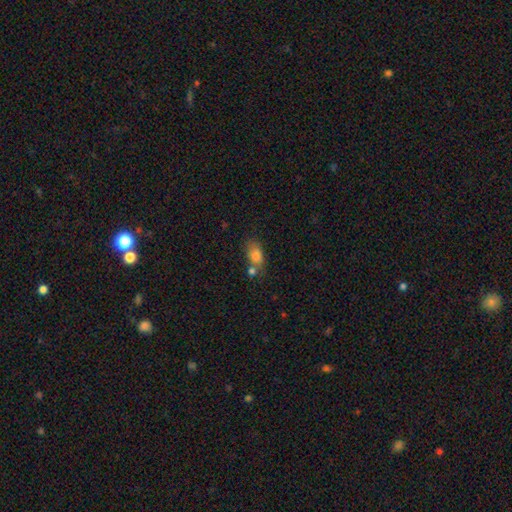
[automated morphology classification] smooth-or-featured: smooth: 79% | featured or disk: 11% | star or artifact: 10%
  how-rounded: in between: 81% | round: 15% | cigar-shaped: 4%
  merging: none: 47% | merger: 29% | minor disturbance: 18% | major disturbance: 7%